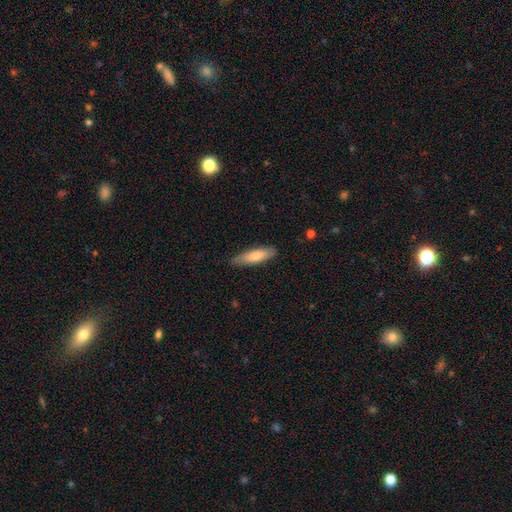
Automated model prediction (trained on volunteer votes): A smooth galaxy with no disk features (72%) that is cigar-shaped (61%).

Vote fractions:
- Smooth or featured? smooth: 72% / featured or disk: 22% / star or artifact: 6%
- How rounded? cigar-shaped: 61% / in between: 37% / round: 2%
- Merging? none: 82% / minor disturbance: 15% / major disturbance: 2% / merger: 1%